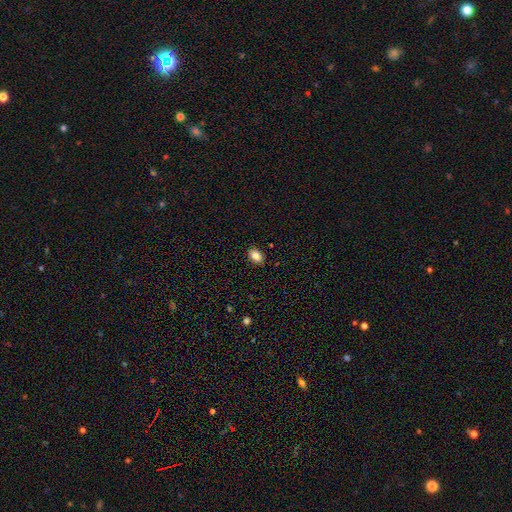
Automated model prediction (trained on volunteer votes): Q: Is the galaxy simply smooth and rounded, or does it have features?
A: smooth — 85%.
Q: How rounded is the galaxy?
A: in between — 85%.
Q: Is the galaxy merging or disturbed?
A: none — 88%.